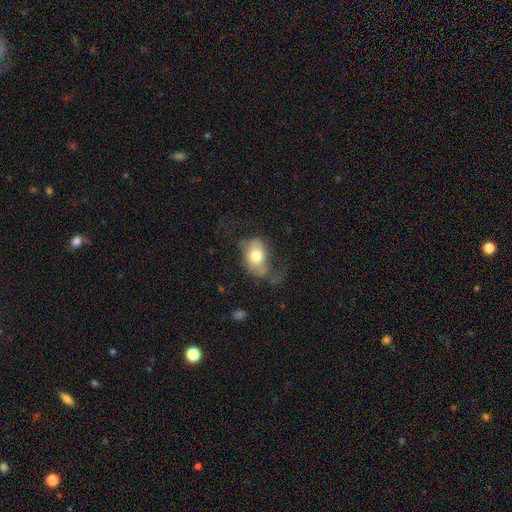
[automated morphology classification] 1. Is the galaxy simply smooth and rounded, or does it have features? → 66% smooth, 27% featured or disk, 7% star or artifact.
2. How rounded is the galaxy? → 83% in between, 15% round, 2% cigar-shaped.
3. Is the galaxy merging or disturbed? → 38% none, 32% major disturbance, 27% minor disturbance, 3% merger.